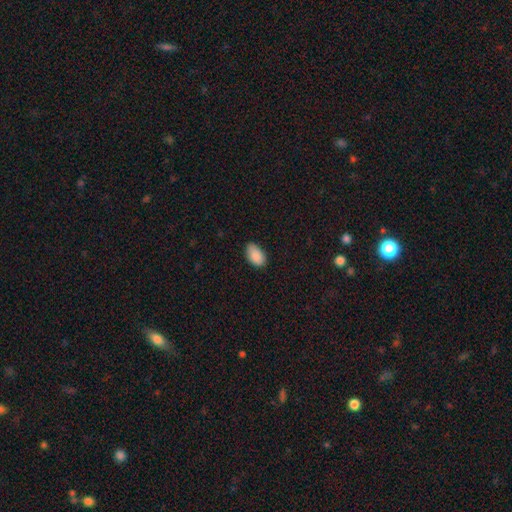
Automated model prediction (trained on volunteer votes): A smooth galaxy with no disk features (89%) that is in between round and cigar-shaped (93%). Merging: none (77%).